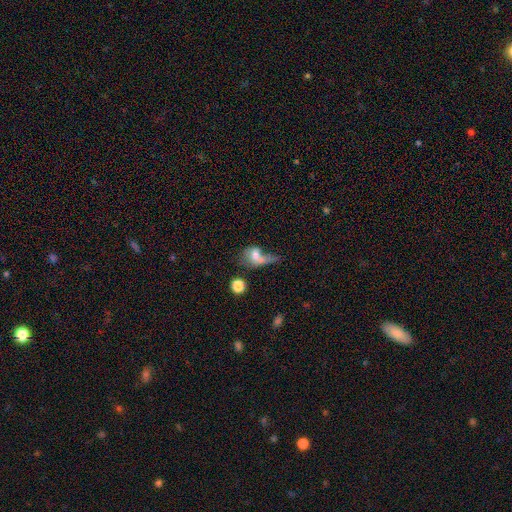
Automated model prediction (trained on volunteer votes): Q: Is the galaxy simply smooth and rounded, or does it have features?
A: smooth — 57%.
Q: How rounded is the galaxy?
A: in between — 60%.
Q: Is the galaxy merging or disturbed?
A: major disturbance — 38%.